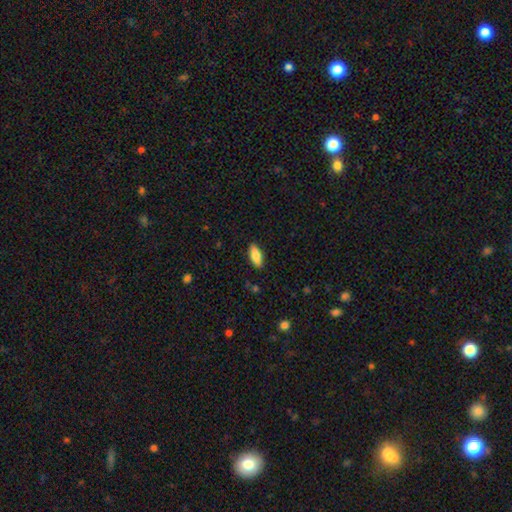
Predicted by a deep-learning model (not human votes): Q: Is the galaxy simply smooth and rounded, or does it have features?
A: smooth — 86%.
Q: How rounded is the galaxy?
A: in between — 80%.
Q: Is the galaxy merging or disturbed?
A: none — 87%.